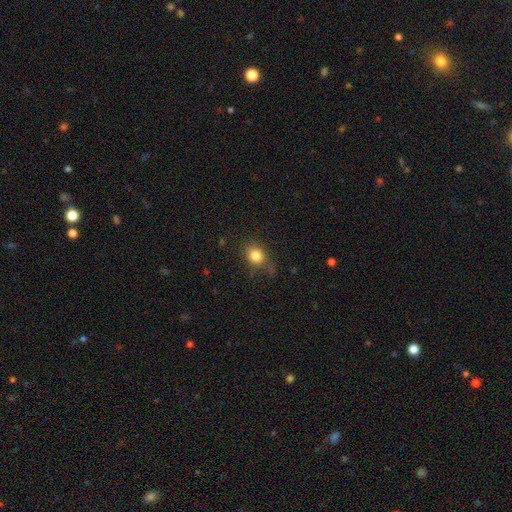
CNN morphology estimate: The model was most divided on "how rounded": round: 65%, in between: 33%, cigar-shaped: 1%. More confident: smooth or featured — smooth (82%); merging — none (68%).